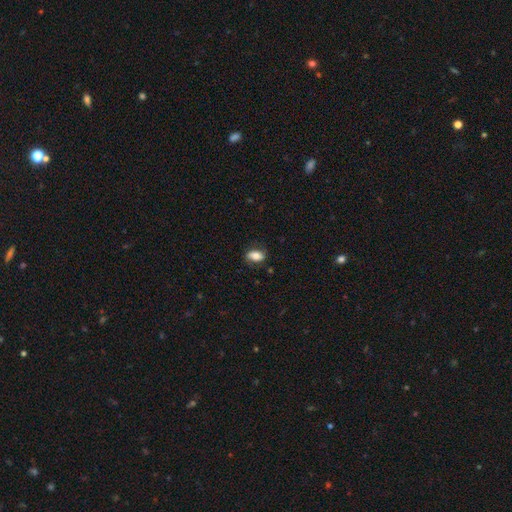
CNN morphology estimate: A smooth galaxy with no disk features (73%) that is in between round and cigar-shaped (87%).

Vote fractions:
- Smooth or featured? smooth: 73% / featured or disk: 19% / star or artifact: 8%
- How rounded? in between: 87% / round: 8% / cigar-shaped: 5%
- Merging? none: 79% / minor disturbance: 16% / major disturbance: 4% / merger: 1%